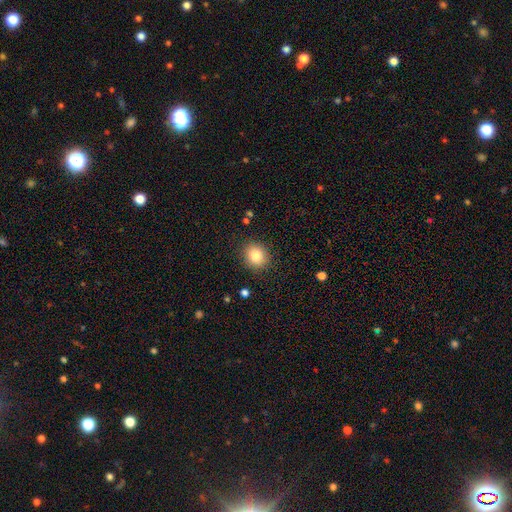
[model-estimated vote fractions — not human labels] smooth_or_featured: smooth (p=0.83) [alt: star or artifact p=0.10]
how_rounded: round (p=0.78) [alt: in between p=0.21]
merging: none (p=0.89) [alt: minor disturbance p=0.08]